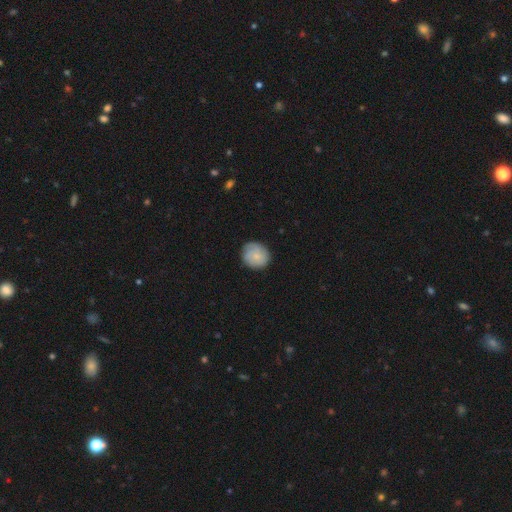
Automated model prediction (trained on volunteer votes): Q: Smooth or featured?
A: smooth (63%); runner-up: featured or disk (30%)
Q: How rounded?
A: round (88%); runner-up: in between (11%)
Q: Merging?
A: none (81%); runner-up: minor disturbance (15%)